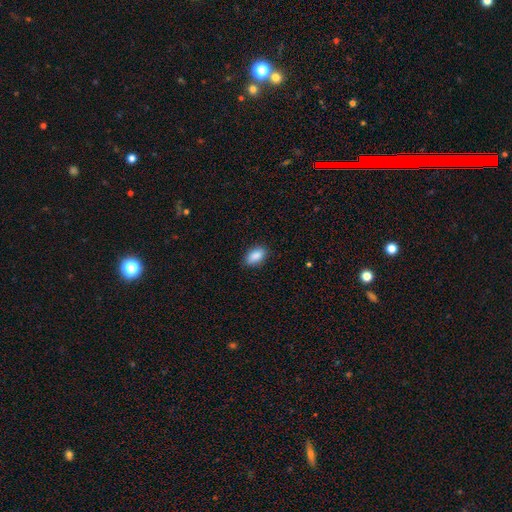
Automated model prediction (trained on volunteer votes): smooth_or_featured: smooth (p=0.89) [alt: star or artifact p=0.07]
how_rounded: in between (p=0.91) [alt: round p=0.06]
merging: none (p=0.86) [alt: minor disturbance p=0.11]